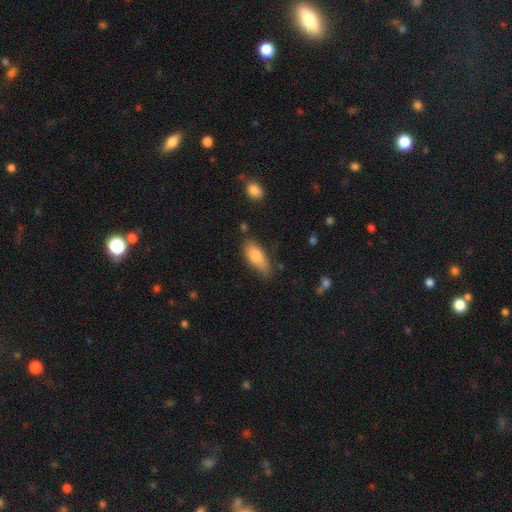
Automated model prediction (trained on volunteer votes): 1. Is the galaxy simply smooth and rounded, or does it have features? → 81% smooth, 12% featured or disk, 6% star or artifact.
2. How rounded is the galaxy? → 77% in between, 21% cigar-shaped, 2% round.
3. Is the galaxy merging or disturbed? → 65% none, 26% minor disturbance, 6% major disturbance, 3% merger.